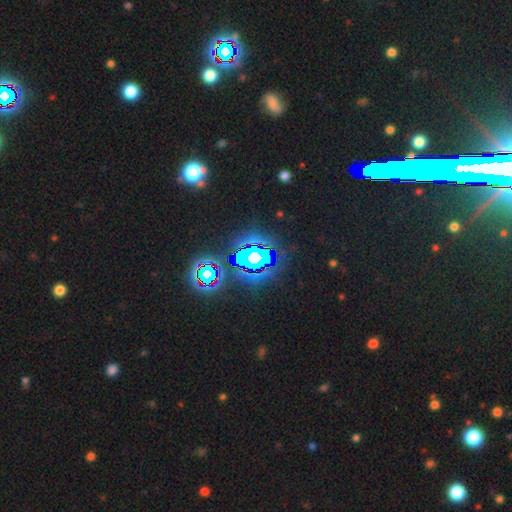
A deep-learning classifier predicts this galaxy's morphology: type=star or artifact (82%).